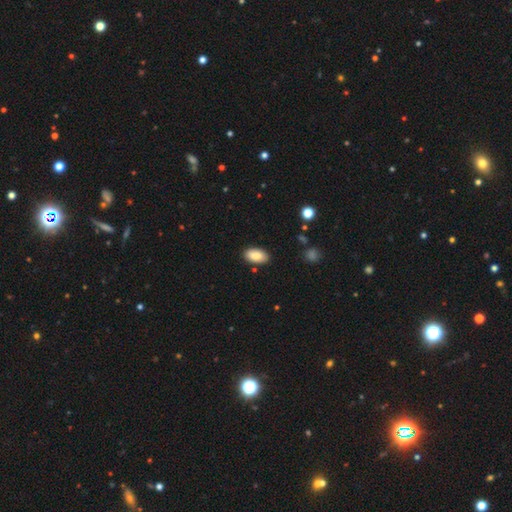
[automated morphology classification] Smooth or featured? smooth (84%)
How rounded? in between (94%)
Merging? none (87%)